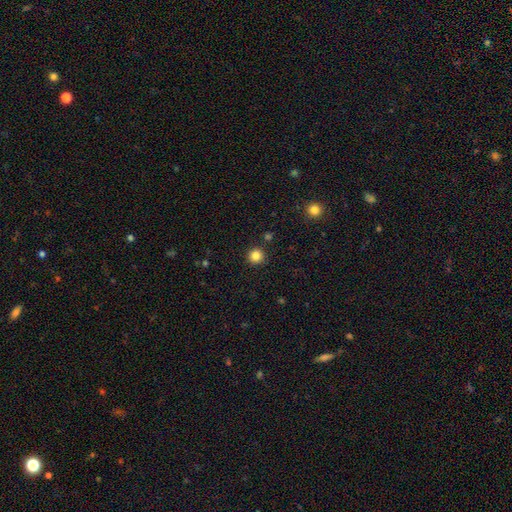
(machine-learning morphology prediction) smooth-or-featured: smooth: 83% | star or artifact: 12% | featured or disk: 4%
  how-rounded: round: 95% | in between: 4% | cigar-shaped: 1%
  merging: none: 91% | minor disturbance: 5% | merger: 2% | major disturbance: 2%